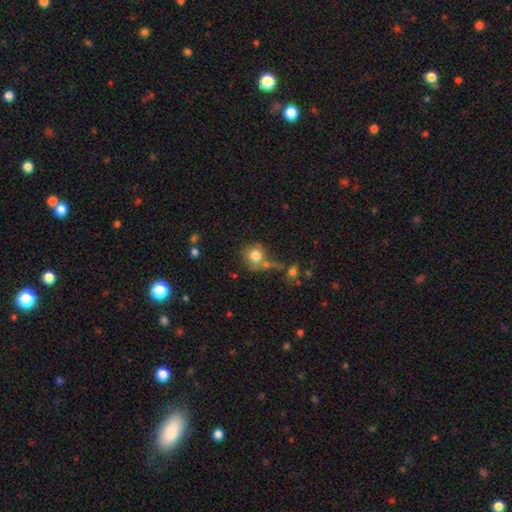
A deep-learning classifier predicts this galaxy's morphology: The model was most divided on "merging": none: 51%, merger: 23%, minor disturbance: 16%, major disturbance: 10%. More confident: how rounded — round (85%); smooth or featured — smooth (78%).